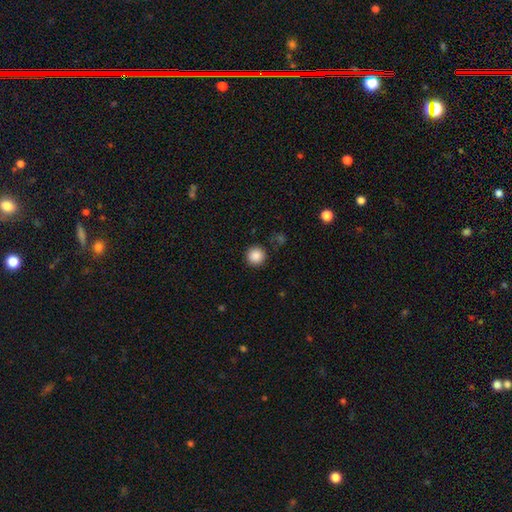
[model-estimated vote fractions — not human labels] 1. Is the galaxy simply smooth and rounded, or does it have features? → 87% smooth, 10% star or artifact, 3% featured or disk.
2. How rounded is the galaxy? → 95% round, 4% in between, 1% cigar-shaped.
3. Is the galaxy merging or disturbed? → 89% none, 7% minor disturbance, 2% major disturbance, 2% merger.